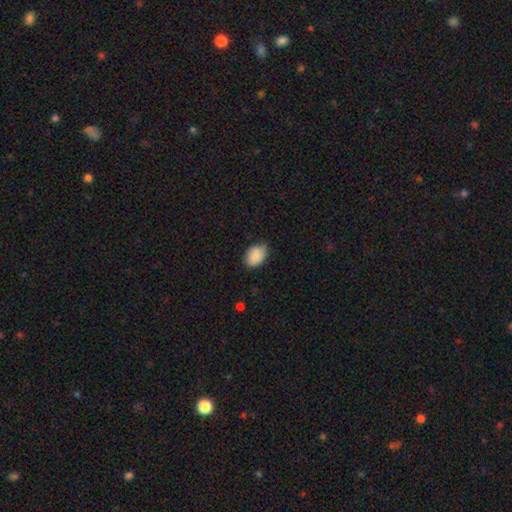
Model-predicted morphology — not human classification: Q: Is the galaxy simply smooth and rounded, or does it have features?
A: smooth — 86%.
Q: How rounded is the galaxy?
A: in between — 82%.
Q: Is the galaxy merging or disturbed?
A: none — 67%.